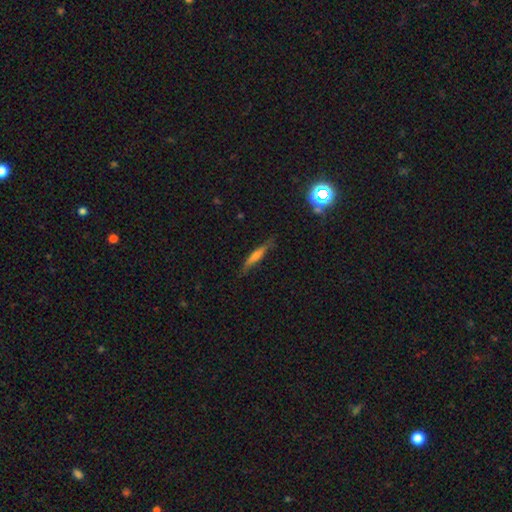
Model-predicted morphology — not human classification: Q: Smooth or featured?
A: featured or disk (47%); runner-up: smooth (40%)
Q: Merging?
A: none (82%); runner-up: minor disturbance (14%)